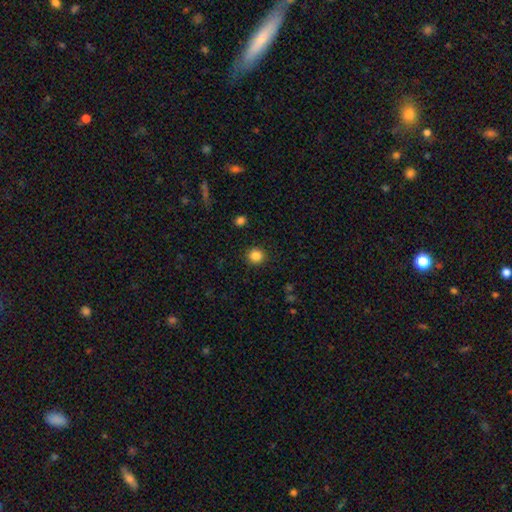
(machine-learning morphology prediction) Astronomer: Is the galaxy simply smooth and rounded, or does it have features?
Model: smooth — 85%.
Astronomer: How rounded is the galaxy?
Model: round — 91%.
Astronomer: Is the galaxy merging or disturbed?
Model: none — 91%.